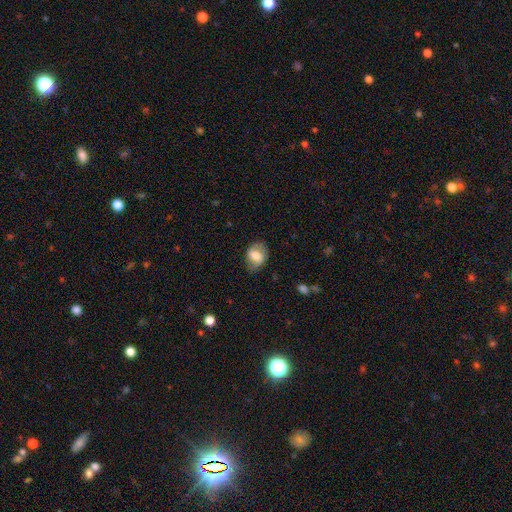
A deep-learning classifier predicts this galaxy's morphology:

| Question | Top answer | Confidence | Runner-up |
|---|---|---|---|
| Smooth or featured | smooth | 62% | featured or disk (30%) |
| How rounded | in between | 68% | round (31%) |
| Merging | none | 69% | minor disturbance (22%) |